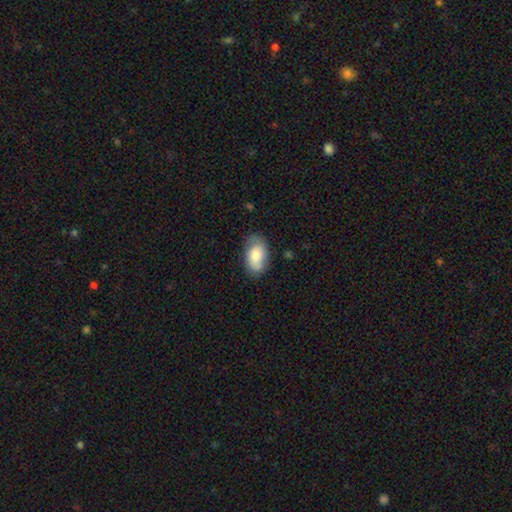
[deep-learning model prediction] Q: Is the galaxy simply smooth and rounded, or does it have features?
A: smooth — 71%.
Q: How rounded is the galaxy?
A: in between — 92%.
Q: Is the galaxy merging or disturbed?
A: none — 68%.